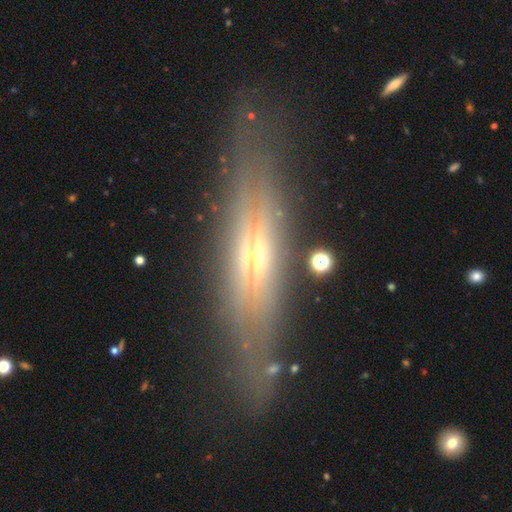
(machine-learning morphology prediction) Smooth or featured? featured or disk (74%)
Edge-on disk? yes (86%)
Edge-on bulge? rounded (78%)
Merging? none (75%)